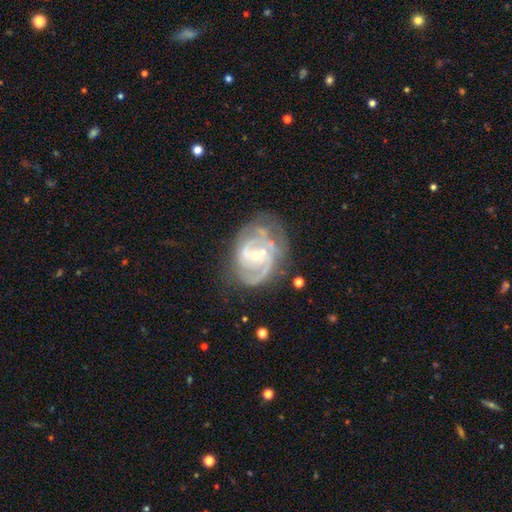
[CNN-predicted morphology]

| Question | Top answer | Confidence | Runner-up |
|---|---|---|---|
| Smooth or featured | featured or disk | 86% | smooth (8%) |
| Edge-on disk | no | 97% | yes (3%) |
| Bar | no | 51% | weak (37%) |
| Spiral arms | yes | 92% | no (8%) |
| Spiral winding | tight | 46% | medium (42%) |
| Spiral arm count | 2 | 51% | can't tell (22%) |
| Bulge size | small | 63% | moderate (34%) |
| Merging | none | 55% | minor disturbance (23%) |